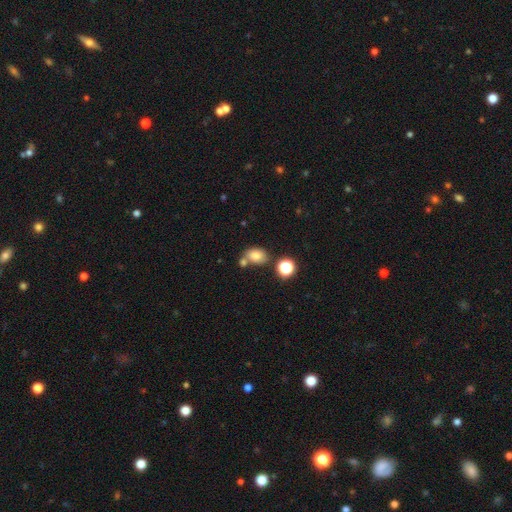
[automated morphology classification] This is likely a smooth galaxy (77%). How rounded: likely in between (68%). Merging: possibly none (57%).